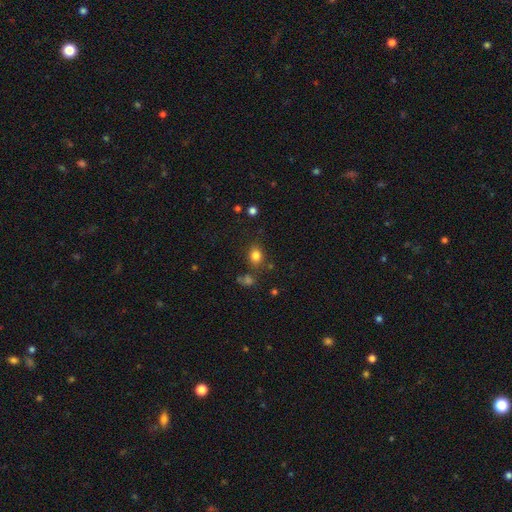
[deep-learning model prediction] A smooth galaxy with no disk features (81%) that is round (52%).

Vote fractions:
- Smooth or featured? smooth: 81% / star or artifact: 13% / featured or disk: 6%
- How rounded? round: 52% / in between: 47% / cigar-shaped: 1%
- Merging? none: 77% / minor disturbance: 12% / merger: 6% / major disturbance: 4%